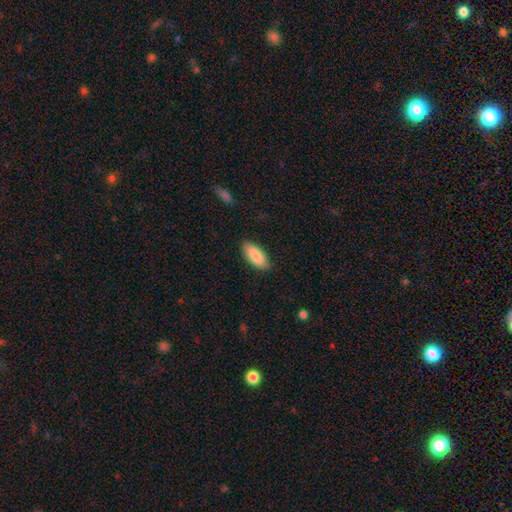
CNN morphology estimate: A smooth galaxy with no disk features (88%) that is in between round and cigar-shaped (86%).

Vote fractions:
- Smooth or featured? smooth: 88% / featured or disk: 6% / star or artifact: 5%
- How rounded? in between: 86% / cigar-shaped: 12% / round: 2%
- Merging? none: 87% / minor disturbance: 10% / major disturbance: 2% / merger: 1%